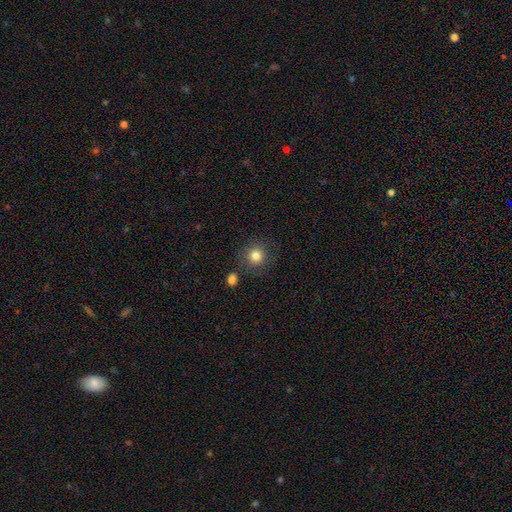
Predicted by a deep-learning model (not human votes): Morphology: type=smooth (82%); roundness=round (93%); merging=none (82%).